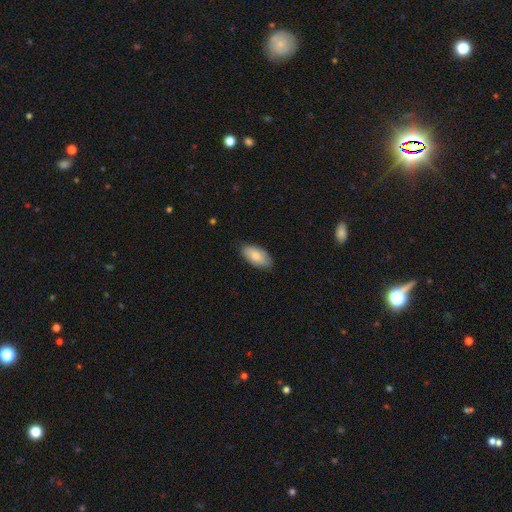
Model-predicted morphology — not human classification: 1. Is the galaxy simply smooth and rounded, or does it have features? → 79% smooth, 15% featured or disk, 6% star or artifact.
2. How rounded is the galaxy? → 94% in between, 4% cigar-shaped, 2% round.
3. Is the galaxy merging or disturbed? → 82% none, 15% minor disturbance, 2% major disturbance, 1% merger.